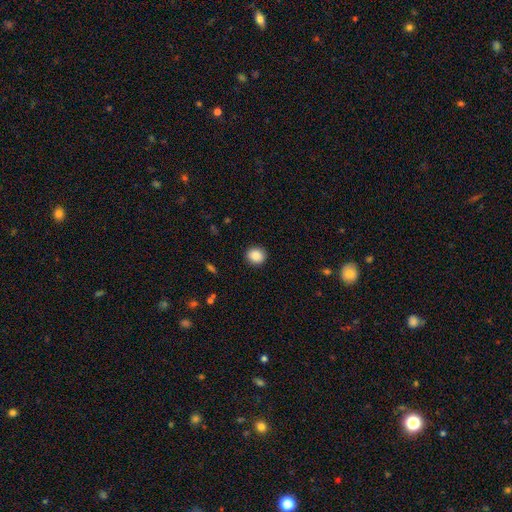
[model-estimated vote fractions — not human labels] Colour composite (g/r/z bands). It shows a smooth galaxy with no disk features (88%) that is round (81%). Merging: none (91%).